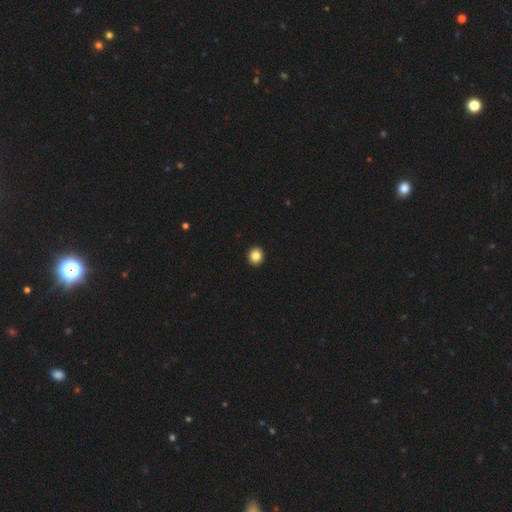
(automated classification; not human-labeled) This is clearly a smooth galaxy (85%). How rounded: clearly round (84%). Merging: clearly none (94%).